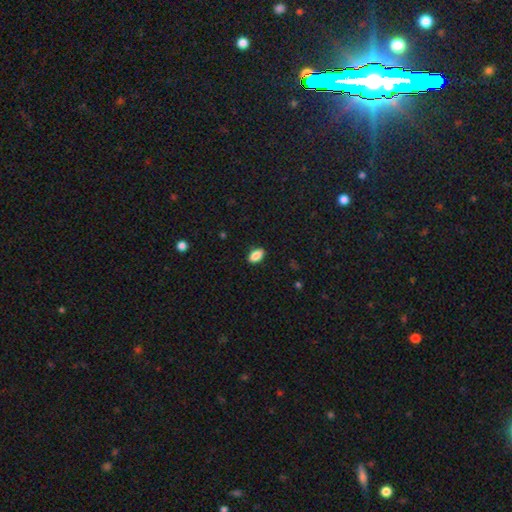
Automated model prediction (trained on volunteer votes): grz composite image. It shows a smooth galaxy with no disk features (87%) that is in between round and cigar-shaped (91%). Merging: none (86%).